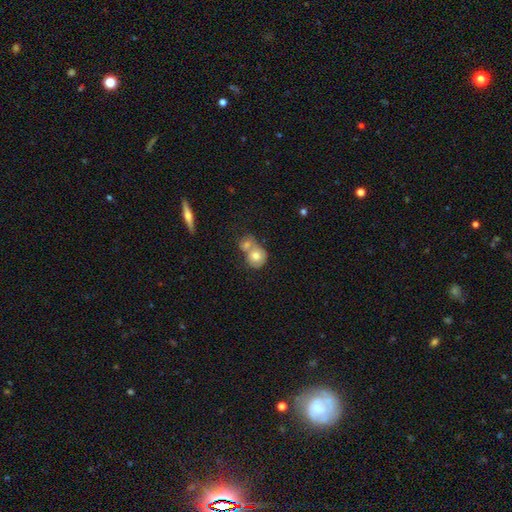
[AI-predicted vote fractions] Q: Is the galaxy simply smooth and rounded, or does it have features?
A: smooth — 73%.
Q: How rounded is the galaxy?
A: round — 76%.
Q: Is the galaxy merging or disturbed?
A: merger — 62%.